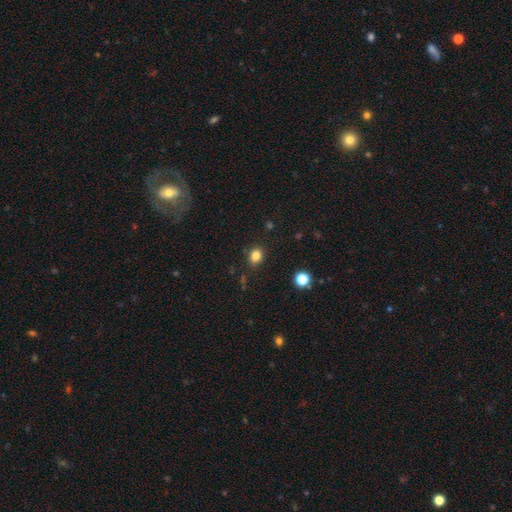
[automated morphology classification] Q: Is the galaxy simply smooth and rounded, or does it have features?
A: smooth — 82%.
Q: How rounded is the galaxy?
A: round — 63%.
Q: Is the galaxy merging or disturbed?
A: none — 87%.